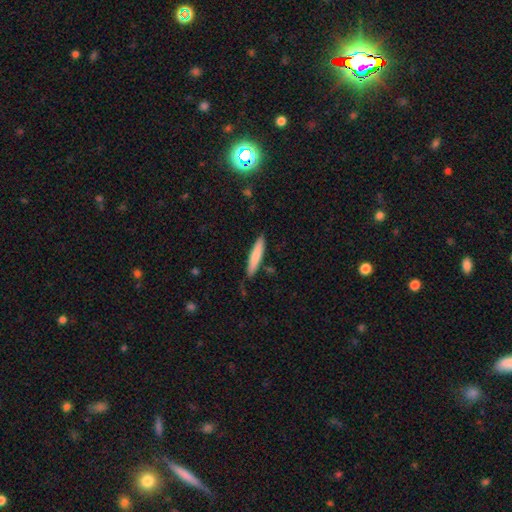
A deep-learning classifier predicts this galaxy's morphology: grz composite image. It shows a smooth galaxy with no disk features (76%) that is cigar-shaped (89%). Merging: none (83%).